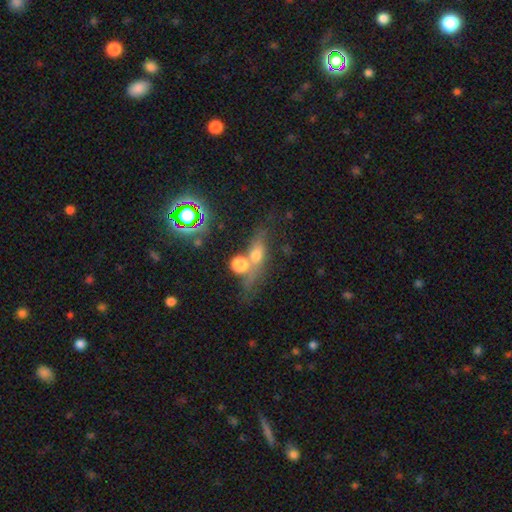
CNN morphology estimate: smooth 55%, featured or disk 26%, star or artifact 19%. Down the decision tree: how rounded — in between (45%); merging — none (41%).